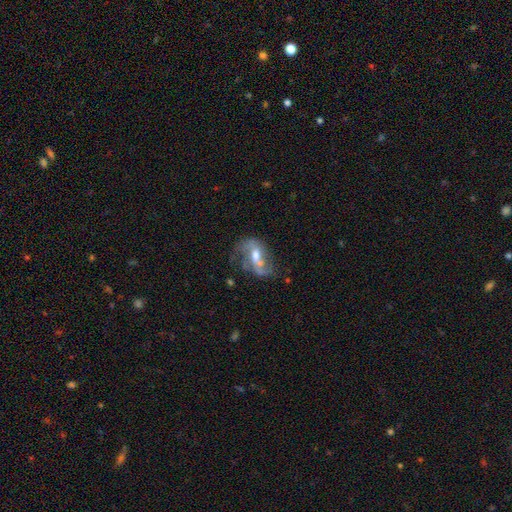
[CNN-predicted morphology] Smooth or featured? featured or disk (77%)
Edge-on disk? no (96%)
Bar? weak (46%)
Spiral arms? yes (86%)
Spiral winding? loose (49%)
Spiral arm count? 2 (65%)
Bulge size? moderate (64%)
Merging? none (46%)